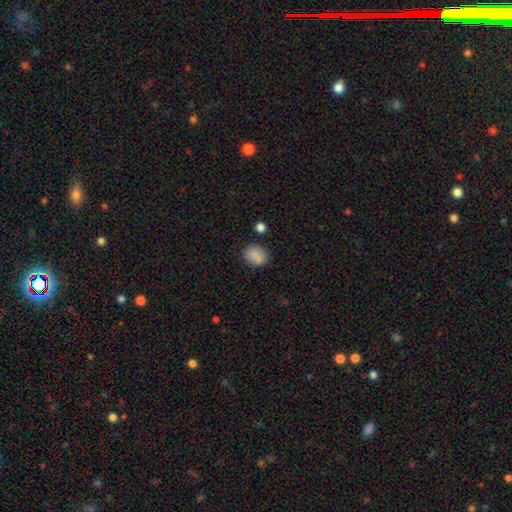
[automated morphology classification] smooth_or_featured: smooth (p=0.85) [alt: star or artifact p=0.09]
how_rounded: round (p=0.55) [alt: in between p=0.44]
merging: none (p=0.76) [alt: minor disturbance p=0.15]